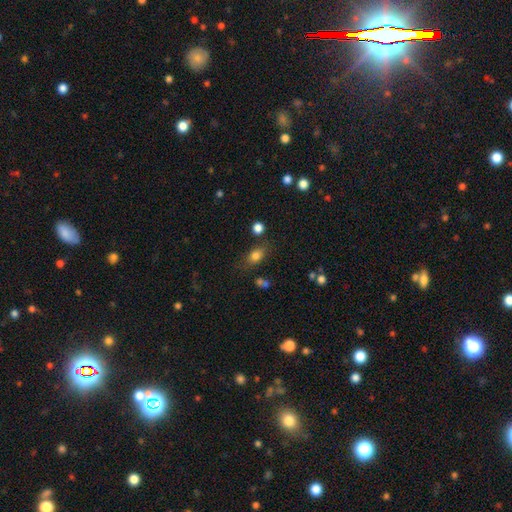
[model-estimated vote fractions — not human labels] Q: Smooth or featured?
A: smooth (79%); runner-up: star or artifact (11%)
Q: How rounded?
A: in between (73%); runner-up: round (23%)
Q: Merging?
A: none (71%); runner-up: minor disturbance (17%)